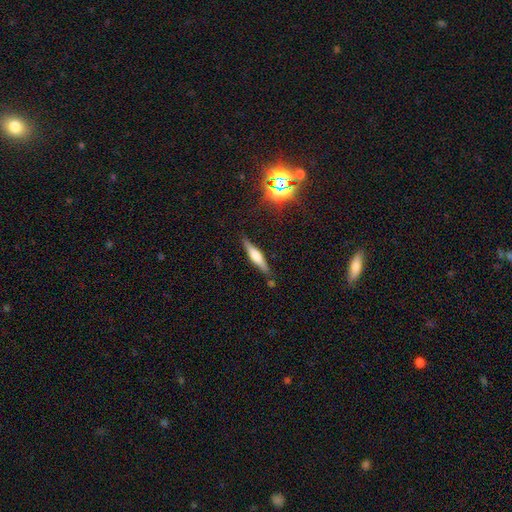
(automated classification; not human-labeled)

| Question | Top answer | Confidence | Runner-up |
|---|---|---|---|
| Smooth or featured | featured or disk | 51% | smooth (40%) |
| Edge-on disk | yes | 96% | no (4%) |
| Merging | none | 83% | minor disturbance (11%) |